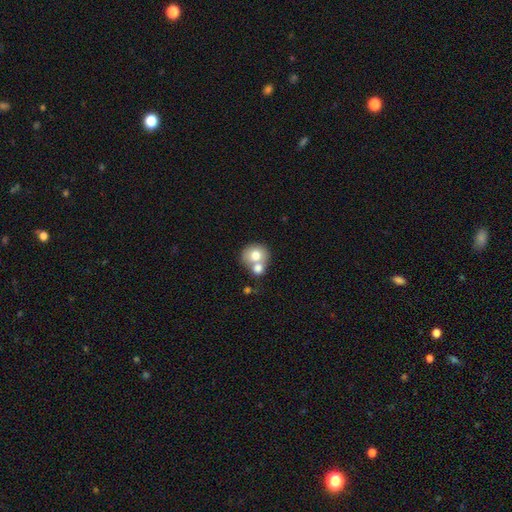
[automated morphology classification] This is likely a smooth galaxy (72%). How rounded: likely round (78%). Merging: possibly merger (52%).